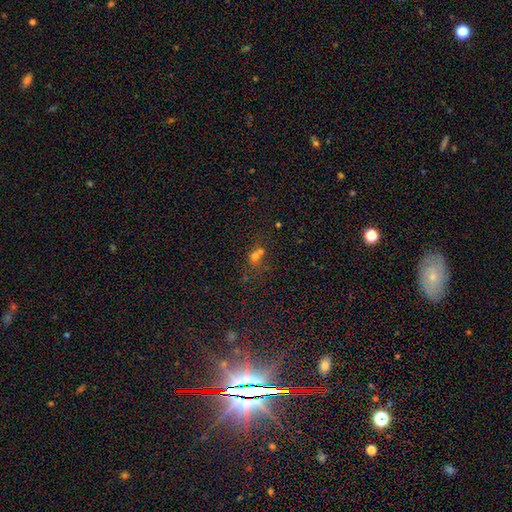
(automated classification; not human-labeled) Smooth or featured: smooth — 62% (star or artifact — 23%)
How rounded: round — 78% (in between — 21%)
Merging: merger — 50% (none — 39%)